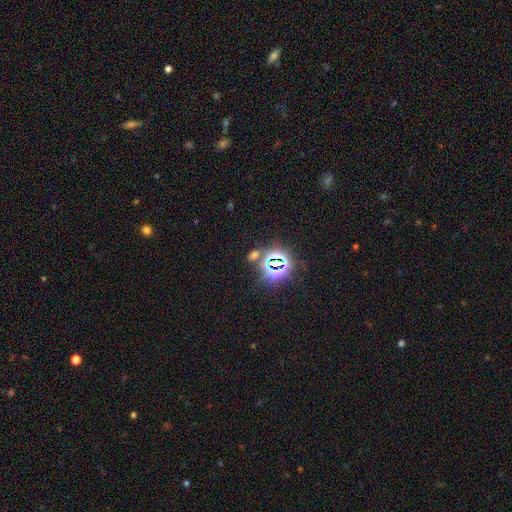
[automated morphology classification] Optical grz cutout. It shows a star or artifact, not a galaxy (77%).